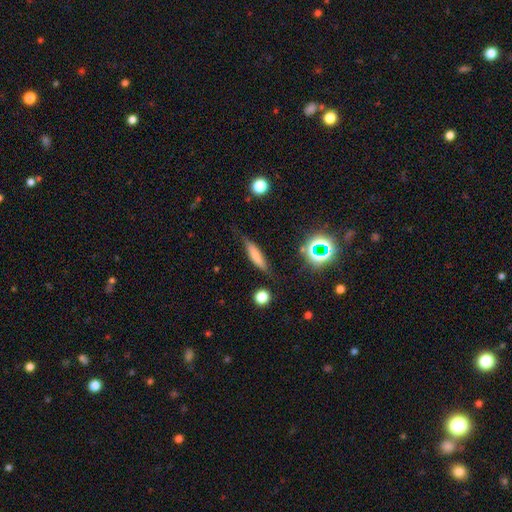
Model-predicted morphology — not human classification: Smooth or featured: smooth — 67% (featured or disk — 22%)
How rounded: cigar-shaped — 78% (in between — 19%)
Merging: none — 74% (minor disturbance — 18%)